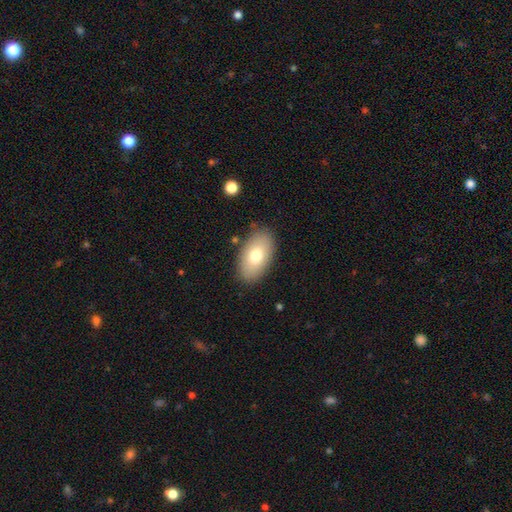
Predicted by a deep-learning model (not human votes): Smooth or featured? Predicted: smooth (p=0.74). How rounded? Predicted: in between (p=0.93). Merging? Predicted: none (p=0.85).